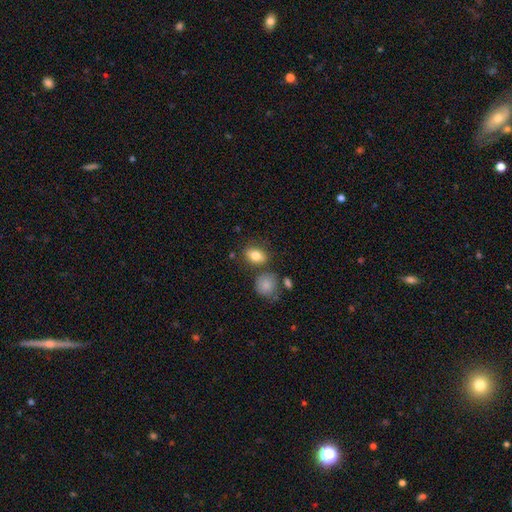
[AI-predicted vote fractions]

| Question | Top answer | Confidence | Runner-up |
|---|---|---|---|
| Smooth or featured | smooth | 82% | featured or disk (9%) |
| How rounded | in between | 79% | round (19%) |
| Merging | none | 71% | minor disturbance (14%) |